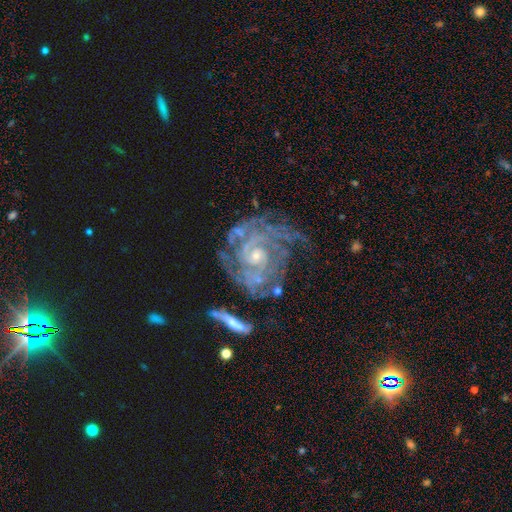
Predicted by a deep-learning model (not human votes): Smooth or featured? Predicted: featured or disk (p=0.89). Edge-on disk? Predicted: no (p=0.97). Bar? Predicted: no (p=0.64). Spiral arms? Predicted: yes (p=0.96). Spiral winding? Predicted: tight (p=0.72). Spiral arm count? Predicted: can't tell (p=0.29). Bulge size? Predicted: small (p=0.62). Merging? Predicted: none (p=0.55).